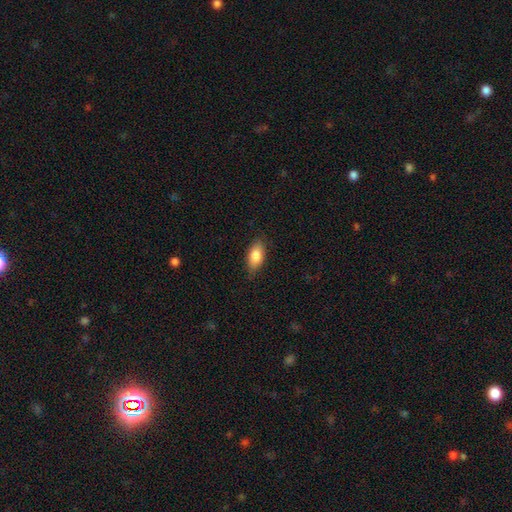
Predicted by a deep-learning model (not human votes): A smooth galaxy with no disk features (83%) that is in between round and cigar-shaped (89%).

Vote fractions:
- Smooth or featured? smooth: 83% / featured or disk: 10% / star or artifact: 7%
- How rounded? in between: 89% / cigar-shaped: 7% / round: 4%
- Merging? none: 84% / minor disturbance: 12% / major disturbance: 3% / merger: 1%